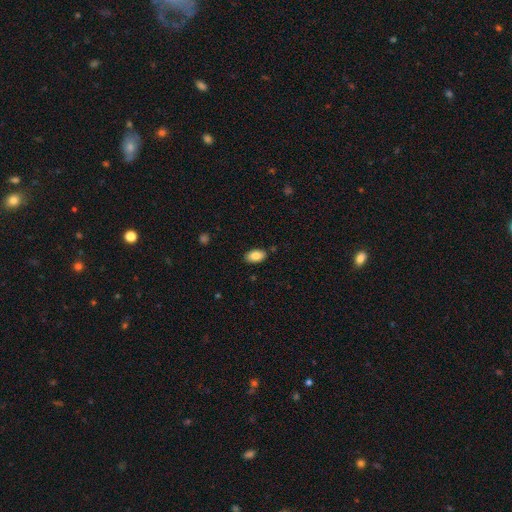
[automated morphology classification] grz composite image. It shows a smooth galaxy with no disk features (85%) that is in between round and cigar-shaped (93%). Merging: none (87%).